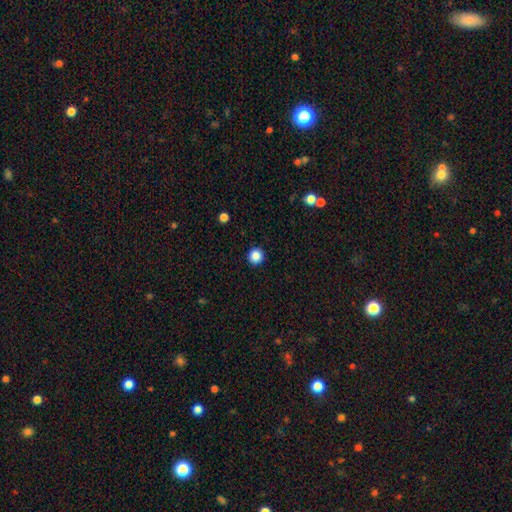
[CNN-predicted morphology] smooth 86%, star or artifact 11%, featured or disk 3%. Down the decision tree: how rounded — round (94%); merging — none (92%).